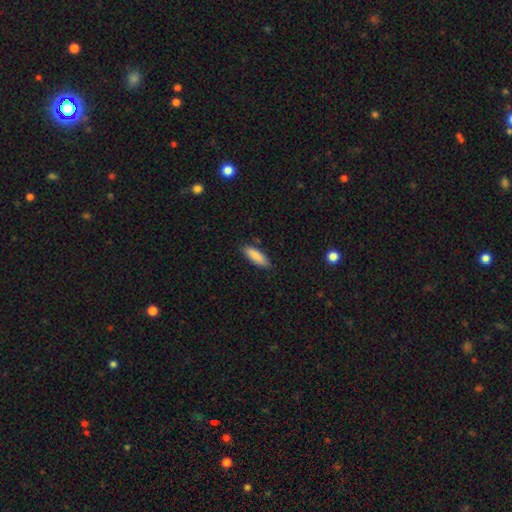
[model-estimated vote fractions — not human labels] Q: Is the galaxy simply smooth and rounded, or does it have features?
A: smooth — 86%.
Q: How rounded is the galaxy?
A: cigar-shaped — 53%.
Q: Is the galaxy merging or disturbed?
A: none — 85%.